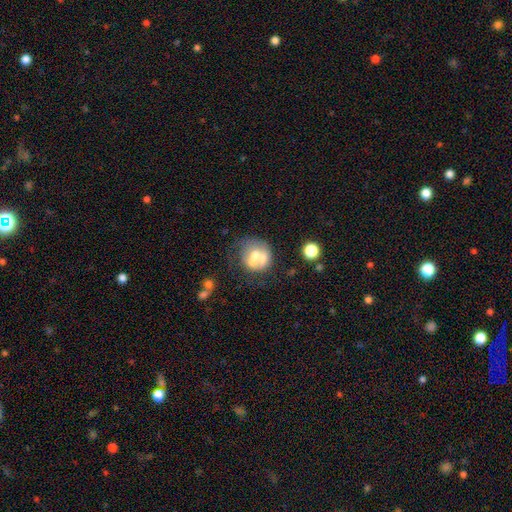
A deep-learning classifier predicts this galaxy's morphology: This appears to be a smooth galaxy with no disk features (49%). Merging: merger (43%).